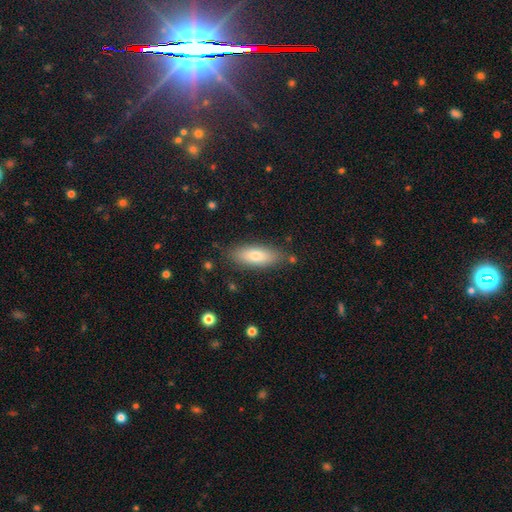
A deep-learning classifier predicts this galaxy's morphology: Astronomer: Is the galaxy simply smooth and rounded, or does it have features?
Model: smooth — 76%.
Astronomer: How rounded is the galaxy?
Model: in between — 66%.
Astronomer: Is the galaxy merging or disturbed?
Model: none — 83%.